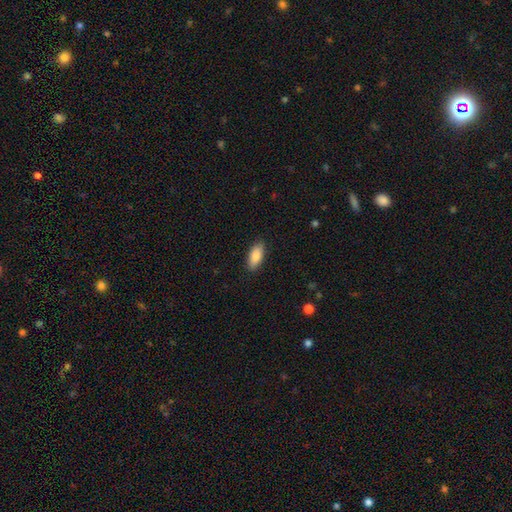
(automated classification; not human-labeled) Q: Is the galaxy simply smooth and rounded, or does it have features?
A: smooth — 87%.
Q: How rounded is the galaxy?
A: in between — 83%.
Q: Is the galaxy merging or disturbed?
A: none — 88%.